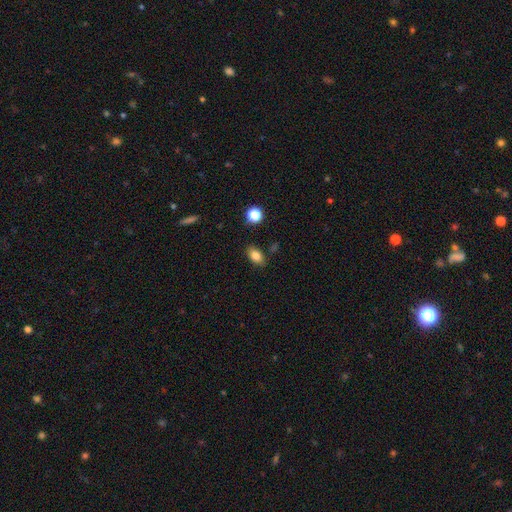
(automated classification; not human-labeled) Morphology: type=smooth (81%); roundness=in between (85%); merging=none (84%).